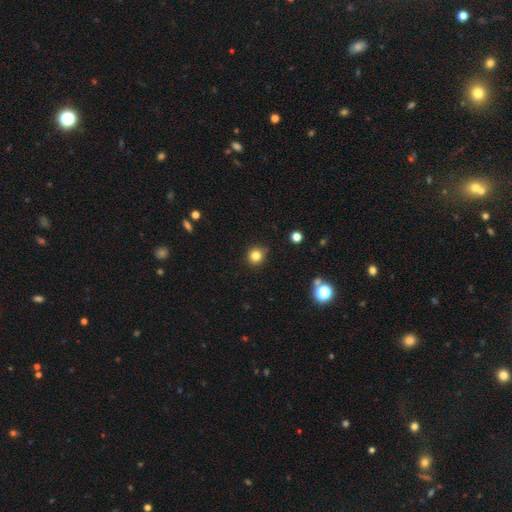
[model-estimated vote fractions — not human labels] The model was most divided on "smooth or featured": smooth: 81%, star or artifact: 13%, featured or disk: 6%. More confident: how rounded — round (91%); merging — none (87%).